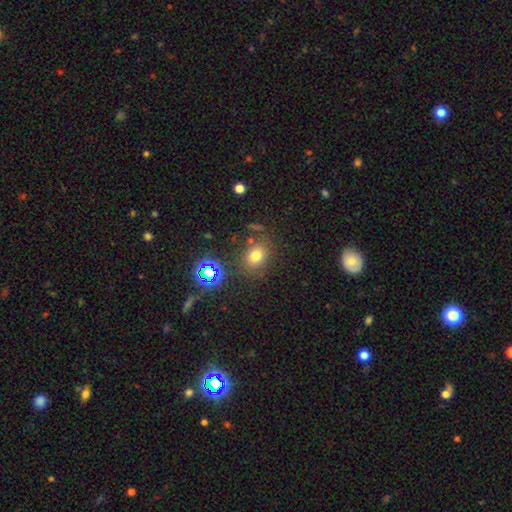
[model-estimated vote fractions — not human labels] This appears to be a smooth galaxy with no disk features (70%) that is round (57%). Merging: none (77%).